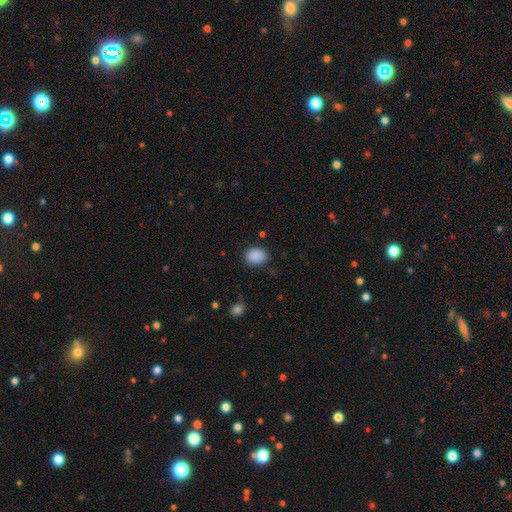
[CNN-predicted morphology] Smooth or featured?
  - smooth: 89% *
  - star or artifact: 8%
  - featured or disk: 3%
How rounded?
  - in between: 60% *
  - round: 39%
  - cigar-shaped: 1%
Merging?
  - none: 84% *
  - minor disturbance: 12%
  - major disturbance: 3%
  - merger: 1%